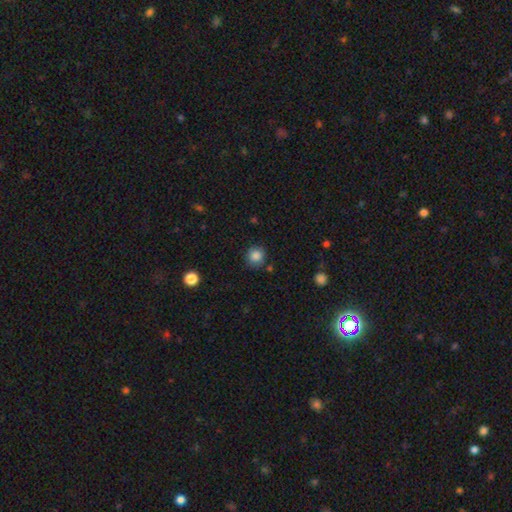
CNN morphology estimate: A smooth galaxy with no disk features (85%) that is round (90%). Merging: none (84%).